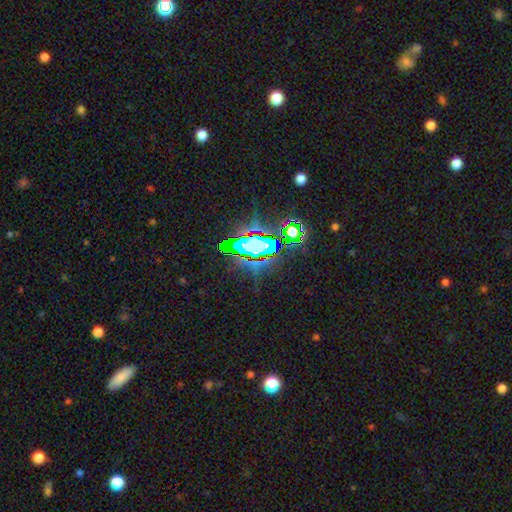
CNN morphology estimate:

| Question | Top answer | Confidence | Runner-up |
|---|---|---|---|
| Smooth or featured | star or artifact | 79% | smooth (12%) |